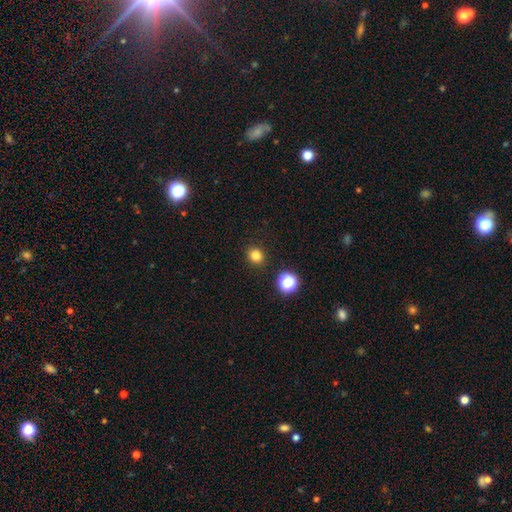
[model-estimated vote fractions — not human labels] Overall: smooth (82%). How rounded: round (82%). Merging: none (90%).